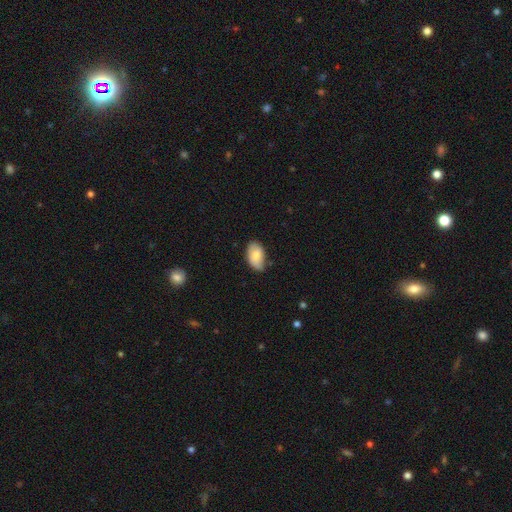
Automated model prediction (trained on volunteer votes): This appears to be a smooth galaxy with no disk features (78%) that is in between round and cigar-shaped (94%). Merging: none (60%).